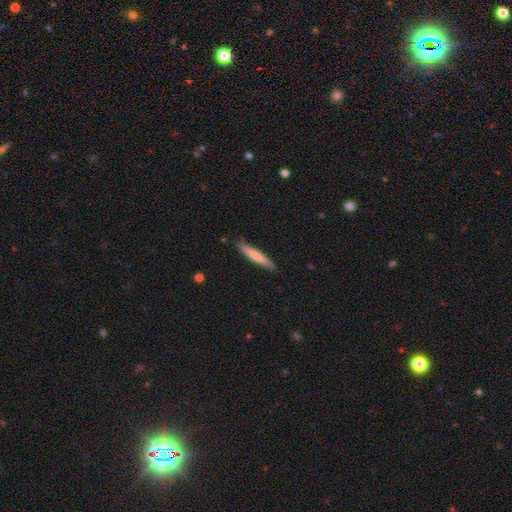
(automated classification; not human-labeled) This appears to be a smooth galaxy with no disk features (71%) that is cigar-shaped (93%). Merging: none (89%).